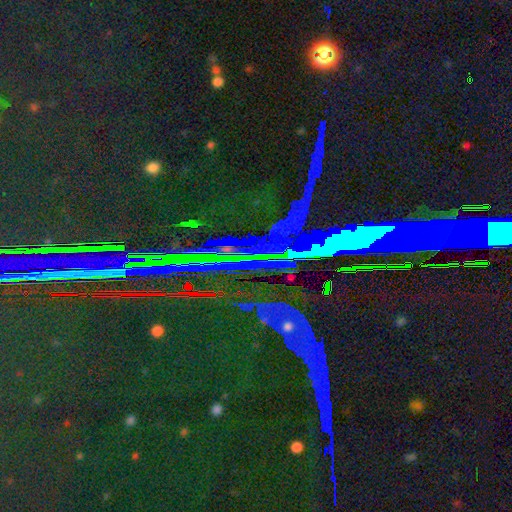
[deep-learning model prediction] smooth-or-featured: star or artifact: 85% | featured or disk: 9% | smooth: 7%